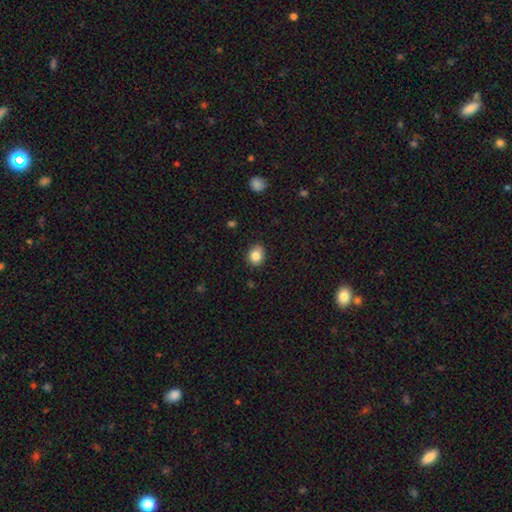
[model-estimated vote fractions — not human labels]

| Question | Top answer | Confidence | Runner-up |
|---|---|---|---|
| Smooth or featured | smooth | 85% | star or artifact (10%) |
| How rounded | round | 63% | in between (36%) |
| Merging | none | 82% | minor disturbance (15%) |